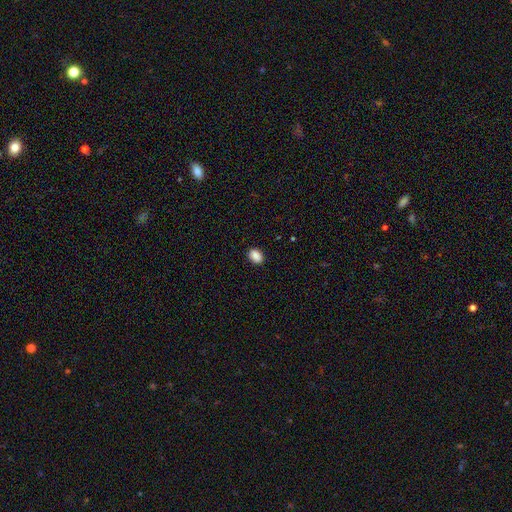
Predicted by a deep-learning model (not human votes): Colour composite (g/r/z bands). It shows a smooth galaxy with no disk features (89%) that is in between round and cigar-shaped (78%). Merging: none (89%).